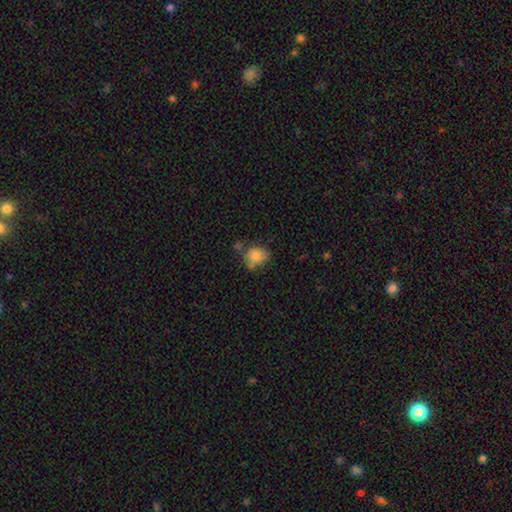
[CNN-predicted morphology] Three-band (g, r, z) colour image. It shows a smooth galaxy with no disk features (82%) that is round (60%). Merging: none (56%).